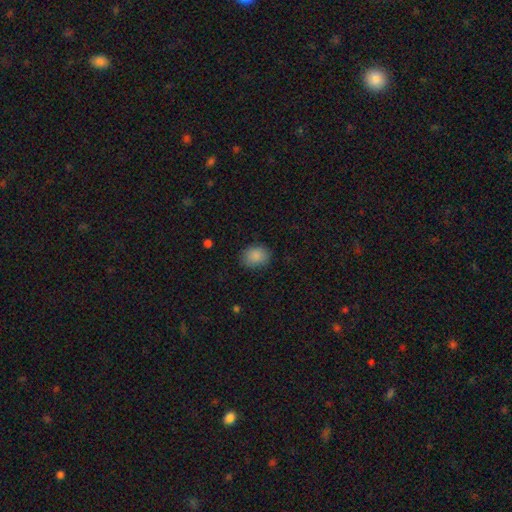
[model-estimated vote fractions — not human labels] Morphology: type=smooth (87%); roundness=round (52%); merging=none (82%).